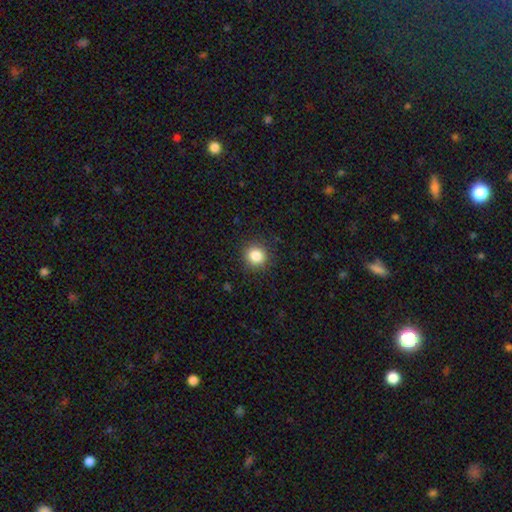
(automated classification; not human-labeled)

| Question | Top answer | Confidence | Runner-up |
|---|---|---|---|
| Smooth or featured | smooth | 85% | star or artifact (11%) |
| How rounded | round | 90% | in between (9%) |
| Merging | none | 90% | minor disturbance (7%) |